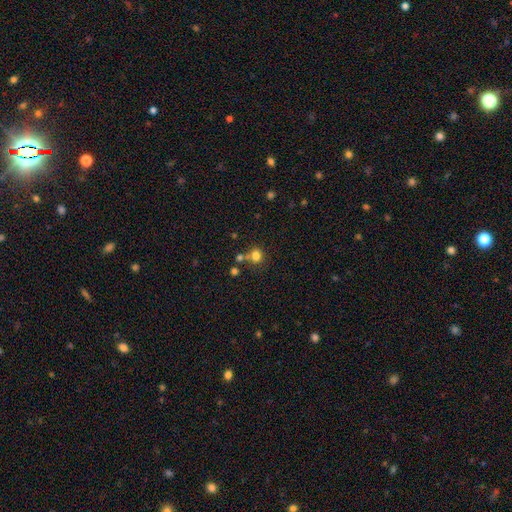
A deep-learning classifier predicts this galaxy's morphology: Smooth or featured?
  - smooth: 79% *
  - star or artifact: 14%
  - featured or disk: 7%
How rounded?
  - round: 77% *
  - in between: 22%
  - cigar-shaped: 1%
Merging?
  - none: 61% *
  - merger: 22%
  - minor disturbance: 11%
  - major disturbance: 5%